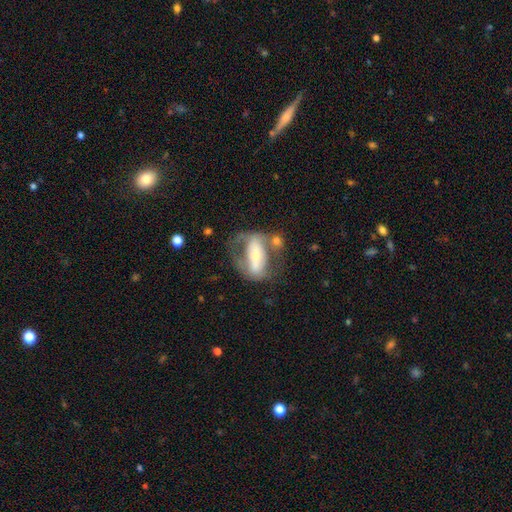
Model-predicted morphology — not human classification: Smooth or featured? Predicted: featured or disk (p=0.63). Edge-on disk? Predicted: no (p=0.86). Bar? Predicted: strong (p=0.53). Spiral arms? Predicted: no (p=0.56). Bulge size? Predicted: moderate (p=0.45). Merging? Predicted: none (p=0.35).